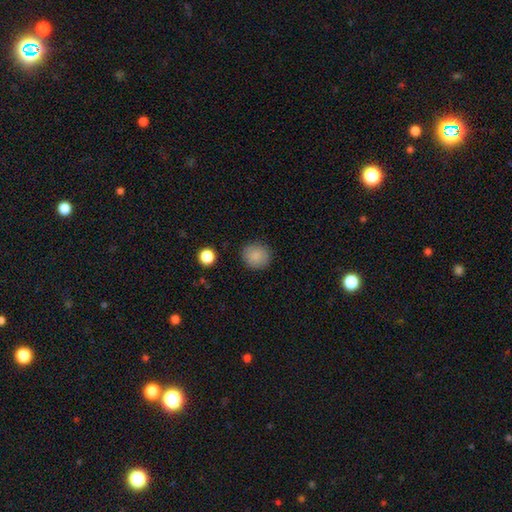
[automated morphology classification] smooth-or-featured: smooth: 86% | star or artifact: 9% | featured or disk: 5%
  how-rounded: round: 90% | in between: 9% | cigar-shaped: 1%
  merging: none: 89% | minor disturbance: 7% | major disturbance: 2% | merger: 1%